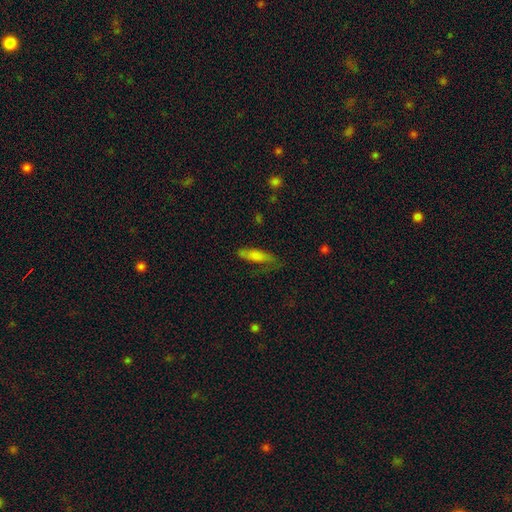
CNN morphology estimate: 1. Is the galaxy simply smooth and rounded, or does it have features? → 75% smooth, 17% featured or disk, 8% star or artifact.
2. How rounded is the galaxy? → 53% in between, 44% cigar-shaped, 2% round.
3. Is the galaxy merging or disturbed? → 54% none, 30% minor disturbance, 13% major disturbance, 3% merger.